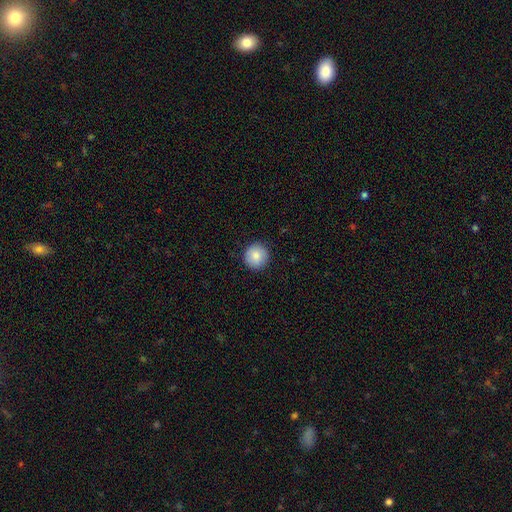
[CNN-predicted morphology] Q: Smooth or featured?
A: smooth (85%); runner-up: star or artifact (8%)
Q: How rounded?
A: round (95%); runner-up: in between (4%)
Q: Merging?
A: none (91%); runner-up: minor disturbance (6%)